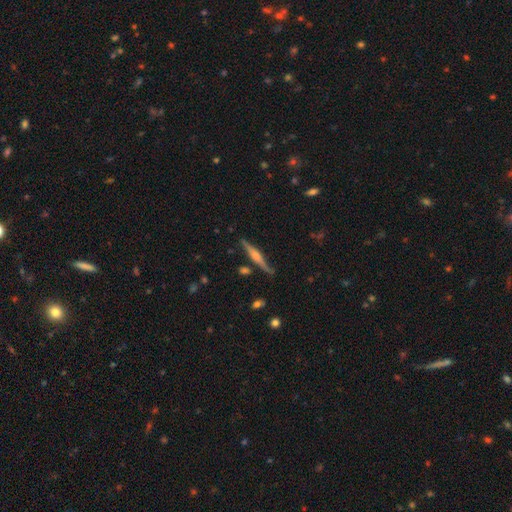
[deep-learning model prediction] Smooth or featured?
  - featured or disk: 68% *
  - smooth: 27%
  - star or artifact: 6%
Edge-on disk?
  - yes: 97% *
  - no: 3%
Edge-on bulge?
  - rounded: 62% *
  - boxy: 25%
  - none: 13%
Merging?
  - none: 82% *
  - minor disturbance: 12%
  - merger: 3%
  - major disturbance: 3%